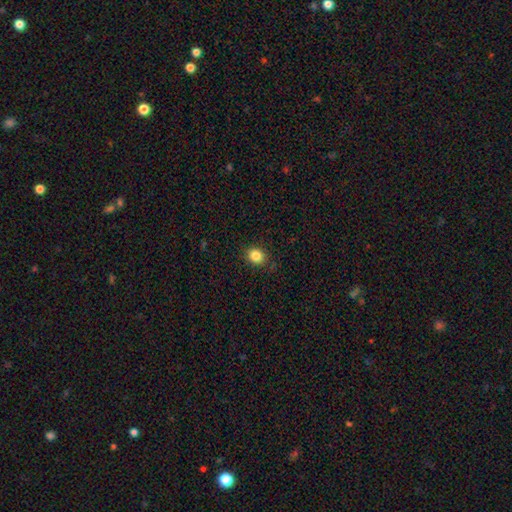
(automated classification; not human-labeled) Smooth or featured? smooth (85%)
How rounded? round (66%)
Merging? none (87%)